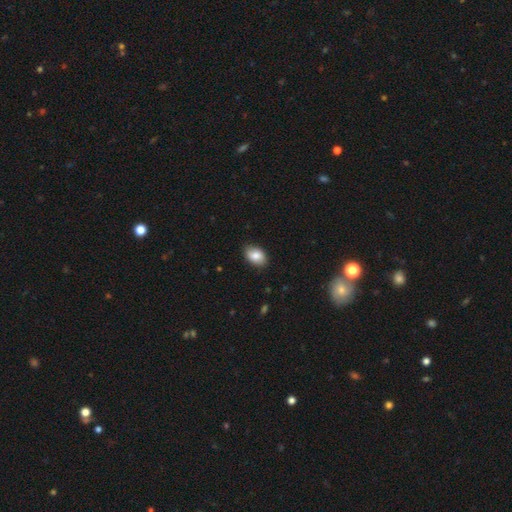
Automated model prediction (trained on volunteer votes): Overall: smooth (84%). How rounded: in between (85%). Merging: none (84%).